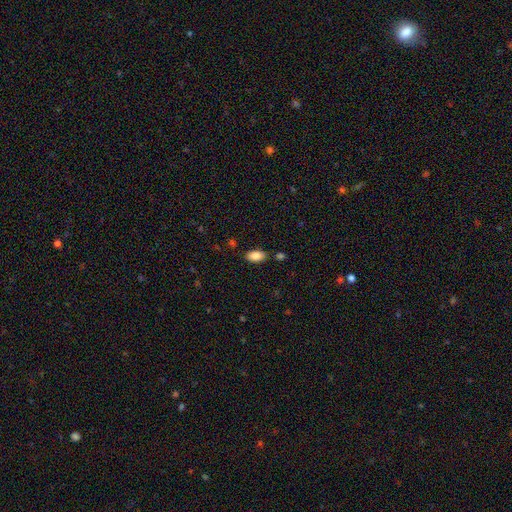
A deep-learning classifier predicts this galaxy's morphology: The model was most divided on "merging": none: 80%, minor disturbance: 12%, merger: 5%, major disturbance: 3%. More confident: how rounded — in between (93%); smooth or featured — smooth (87%).